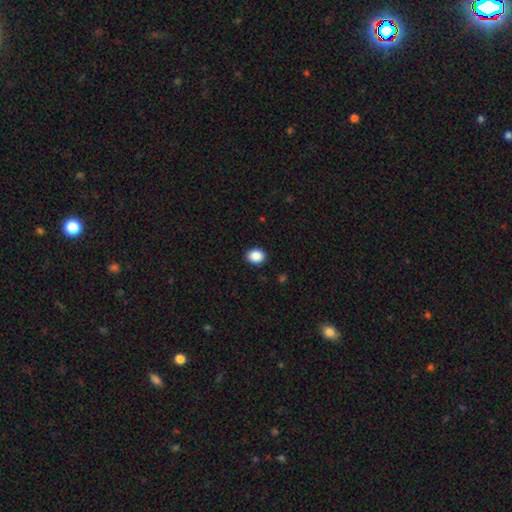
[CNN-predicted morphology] Smooth or featured: smooth — 88% (star or artifact — 9%)
How rounded: round — 59% (in between — 40%)
Merging: none — 91% (minor disturbance — 6%)